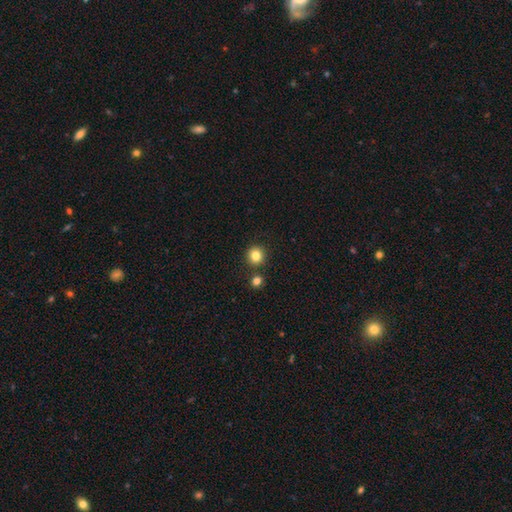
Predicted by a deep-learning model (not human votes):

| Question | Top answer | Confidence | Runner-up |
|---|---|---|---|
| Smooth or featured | smooth | 83% | star or artifact (12%) |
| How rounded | round | 93% | in between (7%) |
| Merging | none | 85% | merger (7%) |